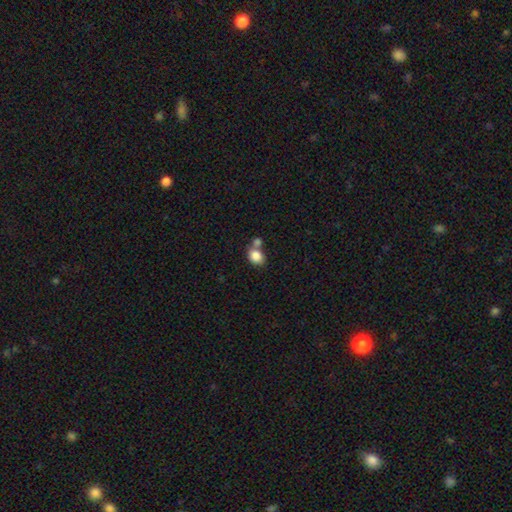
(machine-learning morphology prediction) smooth-or-featured: smooth: 85% | star or artifact: 9% | featured or disk: 7%
  how-rounded: in between: 55% | round: 44% | cigar-shaped: 1%
  merging: none: 45% | merger: 41% | minor disturbance: 10% | major disturbance: 4%